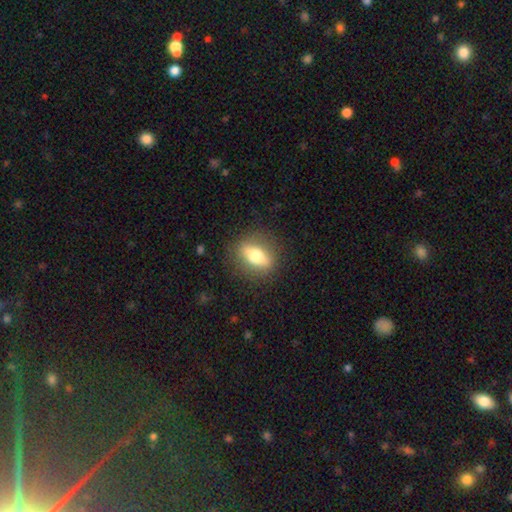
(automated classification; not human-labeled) smooth-or-featured: smooth: 60% | featured or disk: 32% | star or artifact: 8%
  how-rounded: in between: 67% | round: 19% | cigar-shaped: 14%
  merging: none: 84% | minor disturbance: 10% | major disturbance: 4% | merger: 1%